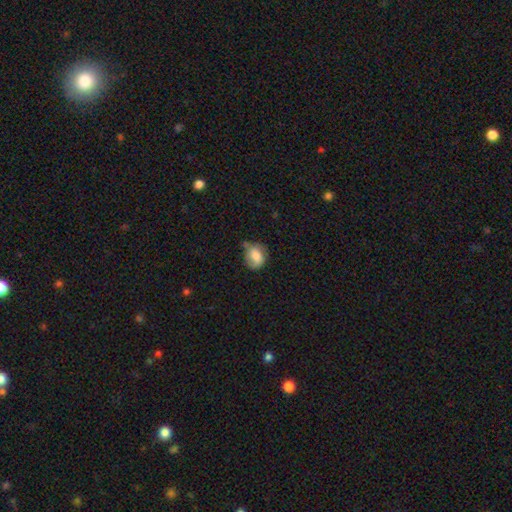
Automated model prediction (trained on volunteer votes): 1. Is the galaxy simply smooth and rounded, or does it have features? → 74% smooth, 17% featured or disk, 8% star or artifact.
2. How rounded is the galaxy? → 54% round, 45% in between, 1% cigar-shaped.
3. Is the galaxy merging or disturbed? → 51% none, 32% minor disturbance, 9% major disturbance, 7% merger.